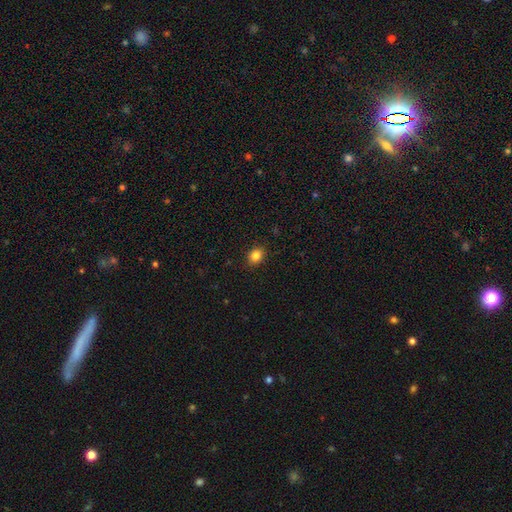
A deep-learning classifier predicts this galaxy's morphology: Smooth or featured? smooth (84%)
How rounded? in between (52%)
Merging? none (90%)